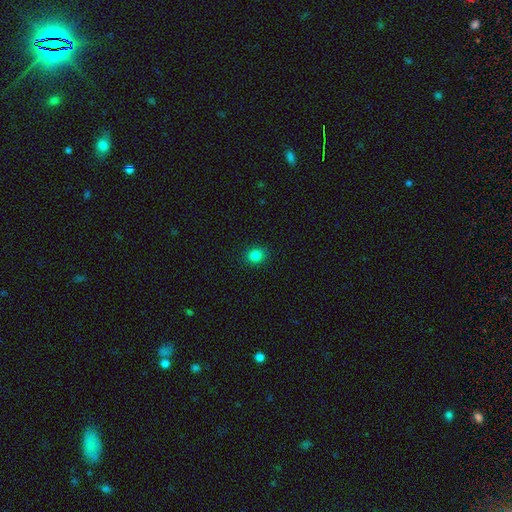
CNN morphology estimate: Smooth or featured? smooth (82%)
How rounded? round (71%)
Merging? none (90%)